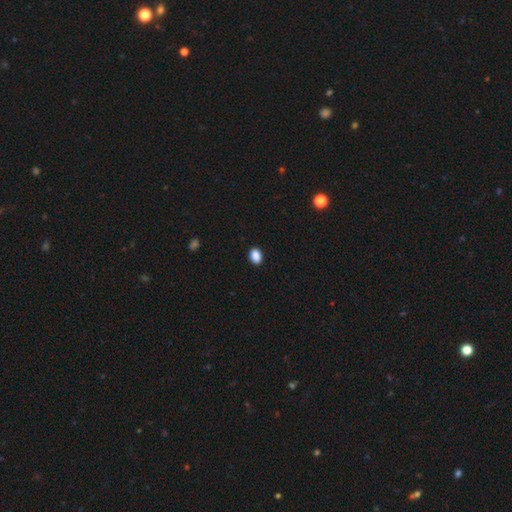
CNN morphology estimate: Q: Smooth or featured?
A: smooth (89%); runner-up: star or artifact (8%)
Q: How rounded?
A: in between (76%); runner-up: round (23%)
Q: Merging?
A: none (90%); runner-up: minor disturbance (7%)